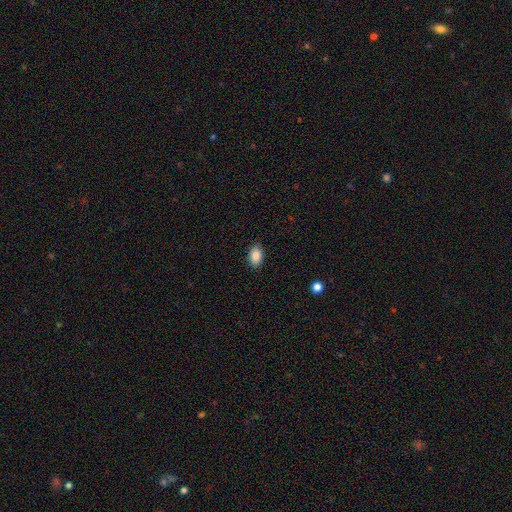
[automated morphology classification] smooth 88%, star or artifact 7%, featured or disk 4%. Down the decision tree: how rounded — in between (89%); merging — none (88%).